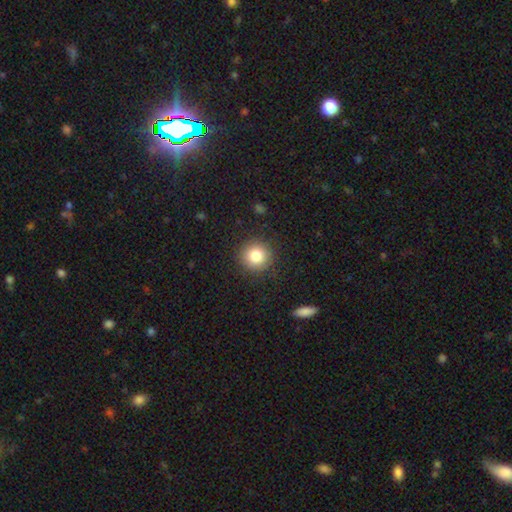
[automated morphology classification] smooth 82%, star or artifact 10%, featured or disk 7%. Down the decision tree: how rounded — round (93%); merging — none (90%).